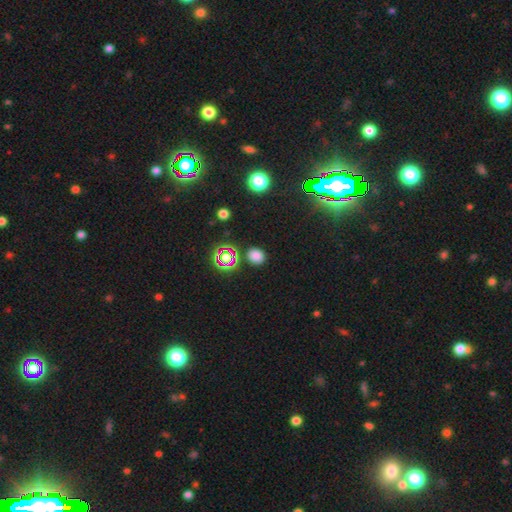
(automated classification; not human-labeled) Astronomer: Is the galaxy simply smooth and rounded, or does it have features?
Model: smooth — 72%.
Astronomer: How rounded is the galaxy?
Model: round — 64%.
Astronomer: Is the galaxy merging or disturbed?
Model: none — 84%.